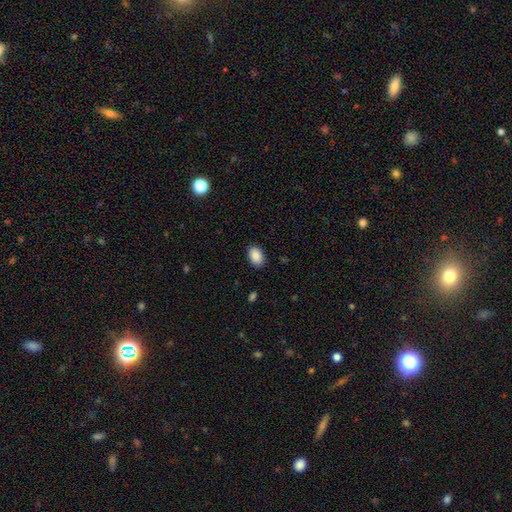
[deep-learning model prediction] This is clearly a smooth galaxy (90%). How rounded: clearly in between (89%). Merging: clearly none (87%).